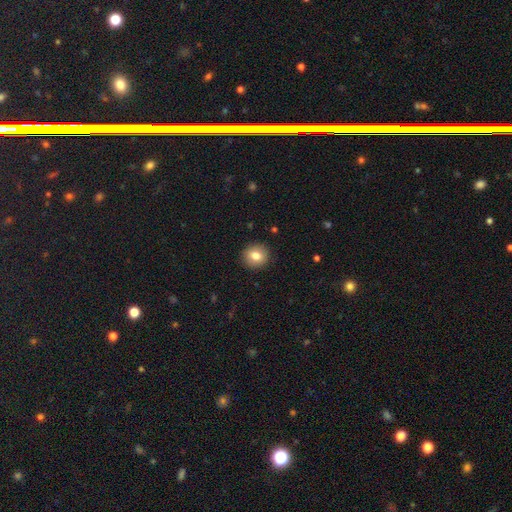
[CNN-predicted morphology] Smooth or featured: smooth — 80% (featured or disk — 11%)
How rounded: round — 89% (in between — 10%)
Merging: none — 91% (minor disturbance — 6%)